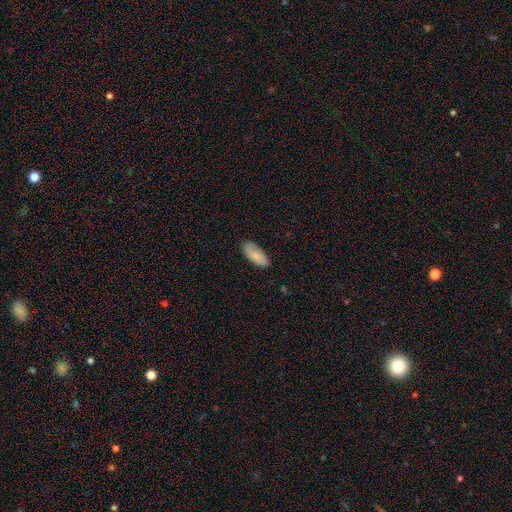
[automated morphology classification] A smooth galaxy with no disk features (79%) that is in between round and cigar-shaped (89%). Merging: none (78%).